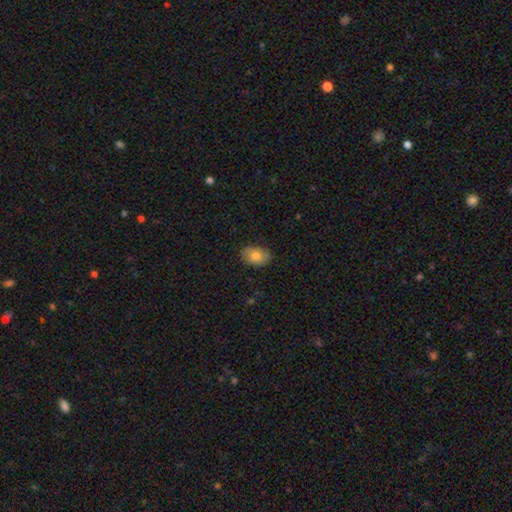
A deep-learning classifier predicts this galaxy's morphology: The model was most divided on "smooth or featured": smooth: 72%, featured or disk: 20%, star or artifact: 8%. More confident: how rounded — in between (83%); merging — none (82%).